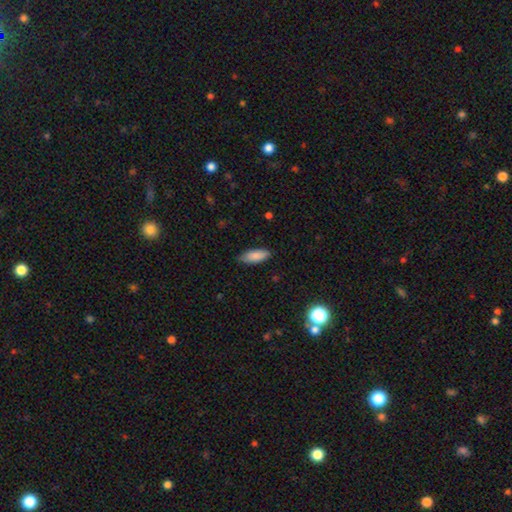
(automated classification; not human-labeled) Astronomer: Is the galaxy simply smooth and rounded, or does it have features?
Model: smooth — 85%.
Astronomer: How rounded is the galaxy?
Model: in between — 72%.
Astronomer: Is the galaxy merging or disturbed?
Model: none — 80%.